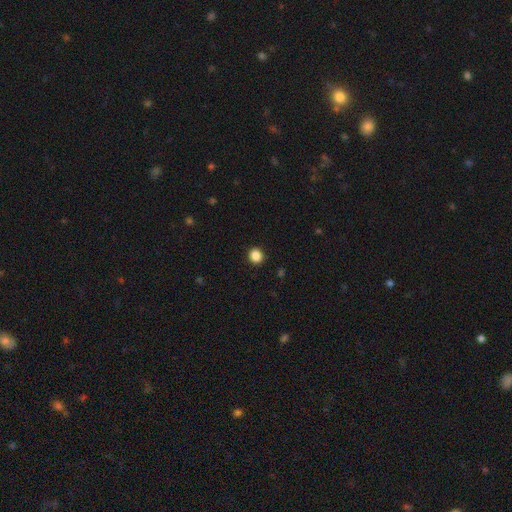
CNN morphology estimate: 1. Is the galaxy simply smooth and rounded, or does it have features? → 87% smooth, 10% star or artifact, 3% featured or disk.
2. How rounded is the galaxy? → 83% round, 16% in between, 1% cigar-shaped.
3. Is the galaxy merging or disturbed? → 92% none, 5% minor disturbance, 2% major disturbance, 1% merger.